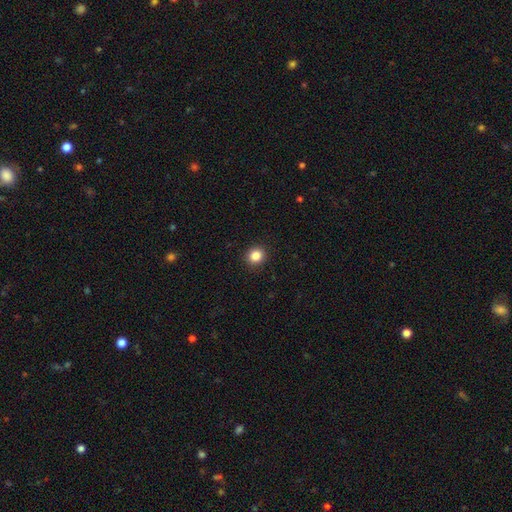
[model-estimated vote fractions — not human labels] Smooth or featured: smooth — 85% (star or artifact — 11%)
How rounded: round — 88% (in between — 11%)
Merging: none — 92% (minor disturbance — 5%)